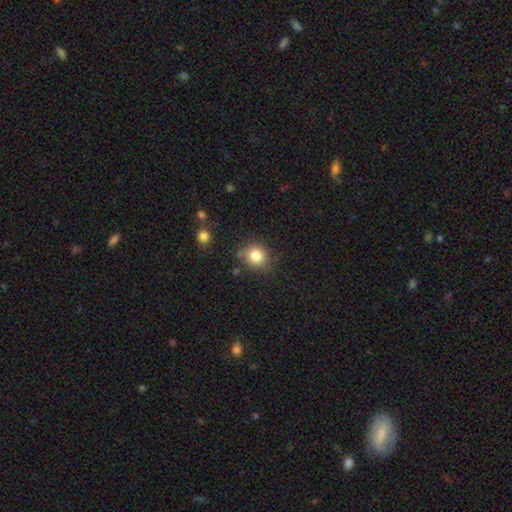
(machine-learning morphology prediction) The model was most divided on "how rounded": round: 80%, in between: 19%, cigar-shaped: 1%. More confident: smooth or featured — smooth (82%); merging — none (77%).